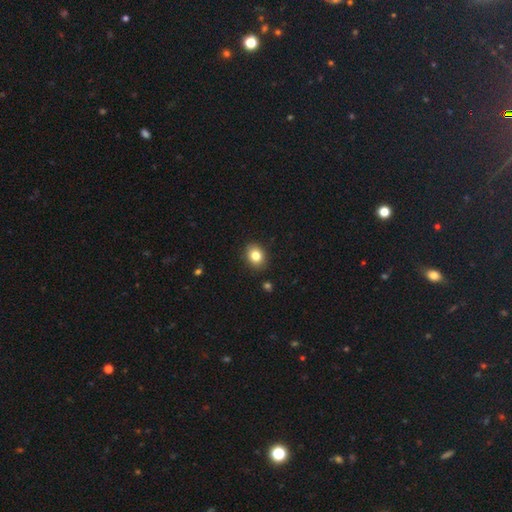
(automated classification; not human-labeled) smooth_or_featured: smooth (p=0.82) [alt: star or artifact p=0.10]
how_rounded: round (p=0.57) [alt: in between p=0.42]
merging: none (p=0.89) [alt: minor disturbance p=0.07]